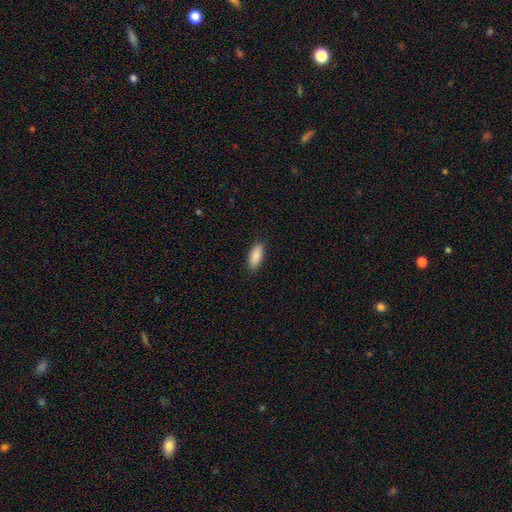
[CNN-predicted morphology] smooth_or_featured: smooth (p=0.90) [alt: star or artifact p=0.06]
how_rounded: in between (p=0.82) [alt: cigar-shaped p=0.16]
merging: none (p=0.88) [alt: minor disturbance p=0.09]